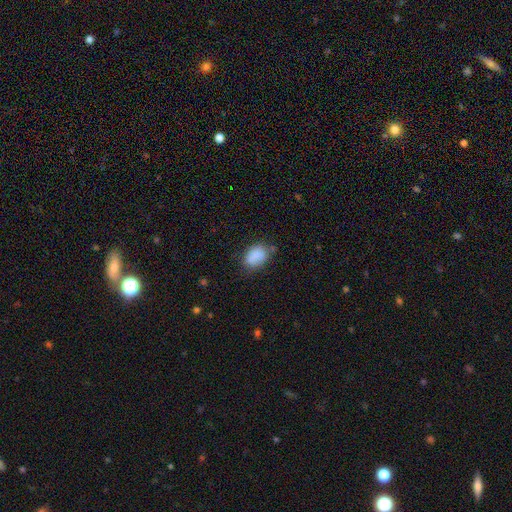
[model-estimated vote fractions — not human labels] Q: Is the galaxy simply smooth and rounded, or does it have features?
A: smooth — 85%.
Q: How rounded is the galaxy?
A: in between — 76%.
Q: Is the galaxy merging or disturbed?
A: none — 63%.